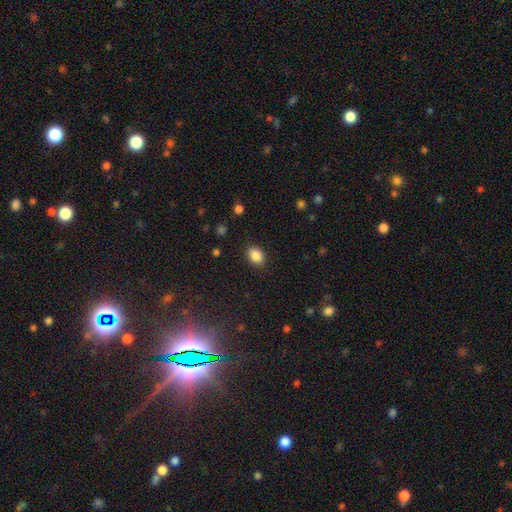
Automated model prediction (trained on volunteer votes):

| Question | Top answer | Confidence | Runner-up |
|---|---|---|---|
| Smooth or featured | smooth | 87% | star or artifact (9%) |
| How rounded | in between | 72% | round (27%) |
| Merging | none | 88% | minor disturbance (9%) |